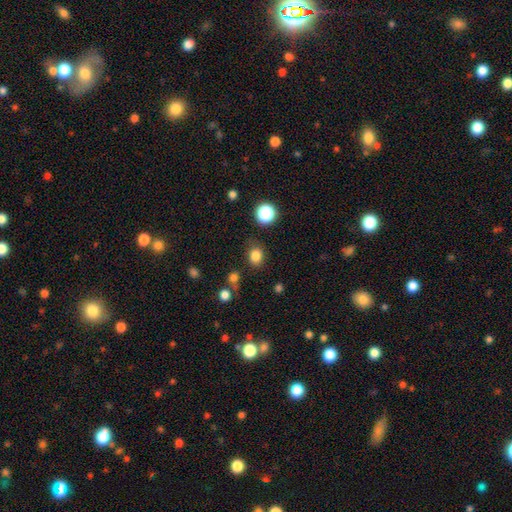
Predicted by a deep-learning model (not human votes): Smooth or featured? Predicted: smooth (p=0.82). How rounded? Predicted: round (p=0.60). Merging? Predicted: none (p=0.80).